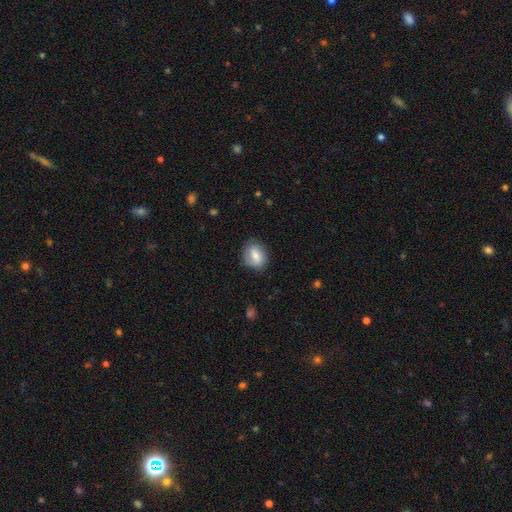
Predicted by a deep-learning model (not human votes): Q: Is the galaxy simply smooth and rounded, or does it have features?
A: smooth — 70%.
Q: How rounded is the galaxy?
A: in between — 58%.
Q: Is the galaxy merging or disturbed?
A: none — 74%.